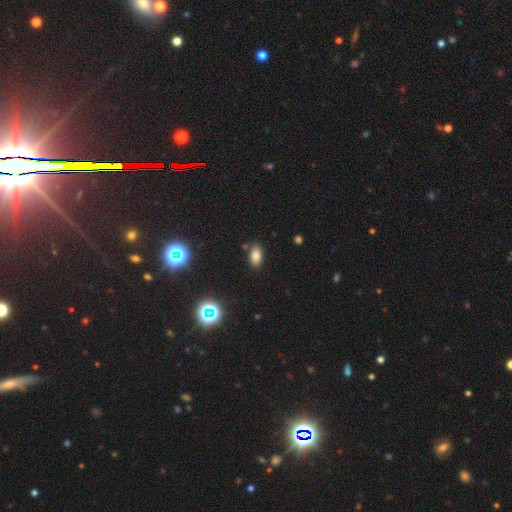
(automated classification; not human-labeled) Smooth or featured: smooth — 76% (star or artifact — 16%)
How rounded: in between — 90% (round — 7%)
Merging: none — 83% (minor disturbance — 11%)